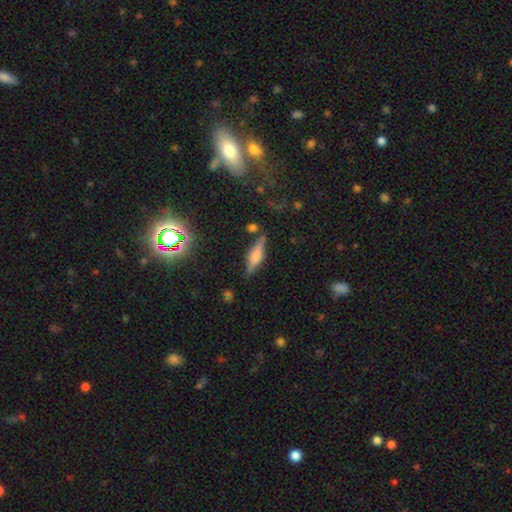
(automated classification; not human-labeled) Smooth or featured? featured or disk (50%)
Merging? none (78%)